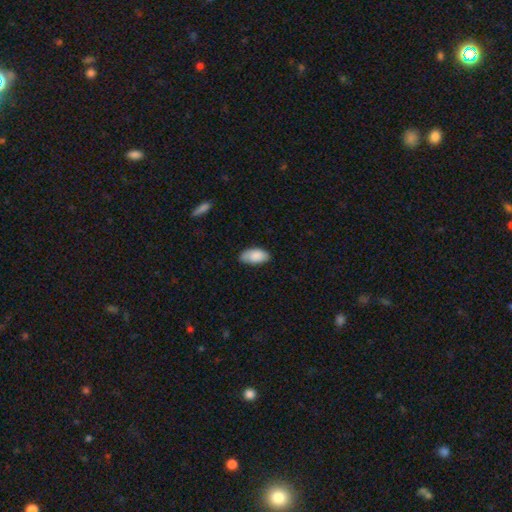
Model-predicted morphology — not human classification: smooth_or_featured: smooth (p=0.87) [alt: featured or disk p=0.07]
how_rounded: in between (p=0.94) [alt: cigar-shaped p=0.03]
merging: none (p=0.70) [alt: minor disturbance p=0.25]